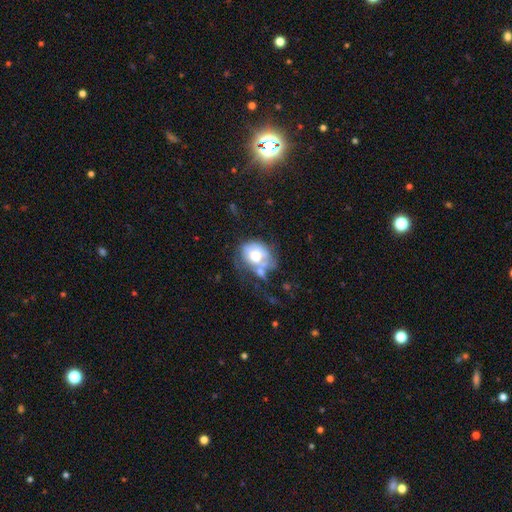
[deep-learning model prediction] Overall: smooth (48%; featured or disk 42%). Merging: none (29%; merger 25%).